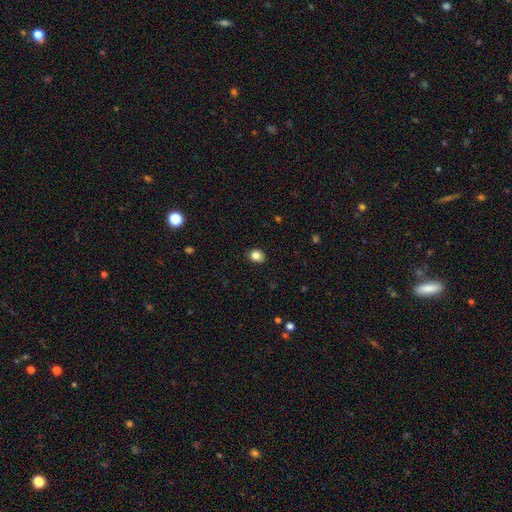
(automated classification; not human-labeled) smooth-or-featured: smooth: 84% | star or artifact: 10% | featured or disk: 6%
  how-rounded: round: 54% | in between: 45% | cigar-shaped: 1%
  merging: none: 88% | minor disturbance: 9% | major disturbance: 2% | merger: 1%